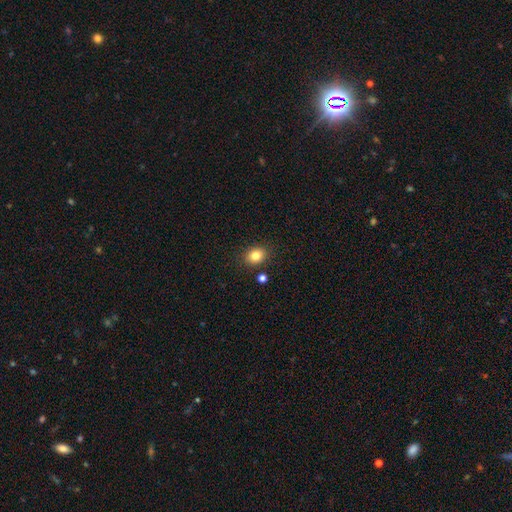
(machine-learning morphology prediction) A smooth galaxy with no disk features (83%) that is round (50%).

Vote fractions:
- Smooth or featured? smooth: 83% / star or artifact: 11% / featured or disk: 7%
- How rounded? round: 50% / in between: 49% / cigar-shaped: 1%
- Merging? none: 86% / minor disturbance: 8% / merger: 4% / major disturbance: 2%